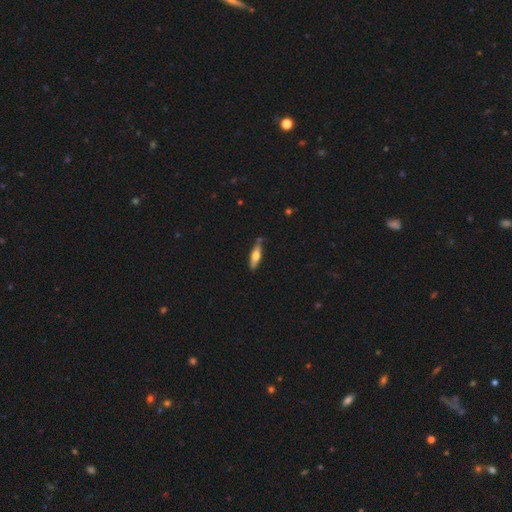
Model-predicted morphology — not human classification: Smooth or featured?
  - smooth: 53% *
  - featured or disk: 41%
  - star or artifact: 6%
How rounded?
  - cigar-shaped: 60% *
  - in between: 38%
  - round: 2%
Merging?
  - none: 79% *
  - minor disturbance: 14%
  - merger: 4%
  - major disturbance: 3%